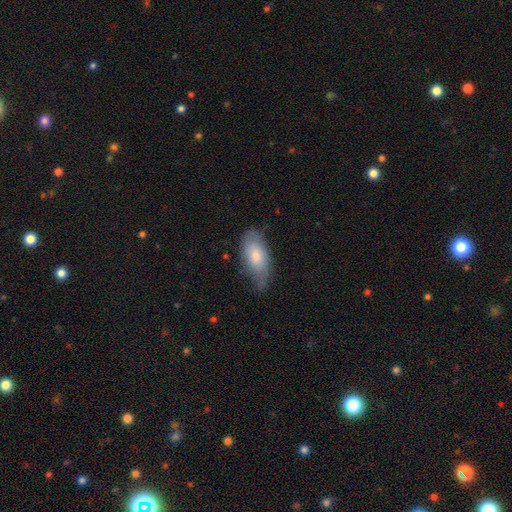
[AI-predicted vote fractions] A smooth galaxy with no disk features (73%) that is in between round and cigar-shaped (90%). Merging: none (58%).